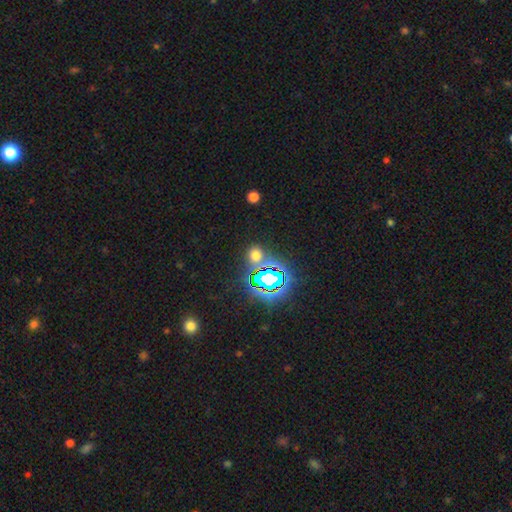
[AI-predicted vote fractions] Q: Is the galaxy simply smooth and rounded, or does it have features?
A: smooth — 49%.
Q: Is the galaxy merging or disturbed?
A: none — 77%.